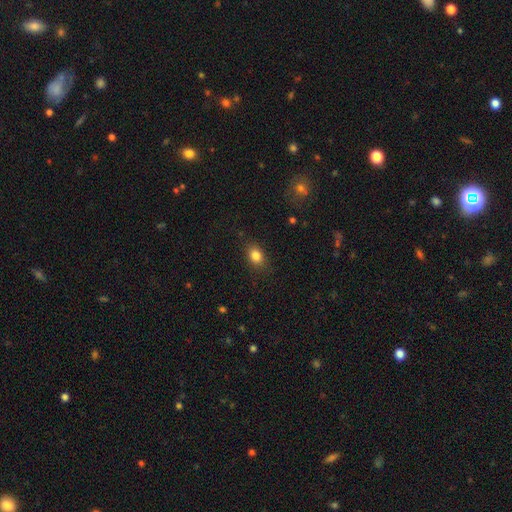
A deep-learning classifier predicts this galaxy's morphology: Smooth or featured: smooth — 83% (star or artifact — 10%)
How rounded: in between — 68% (round — 30%)
Merging: none — 83% (minor disturbance — 12%)